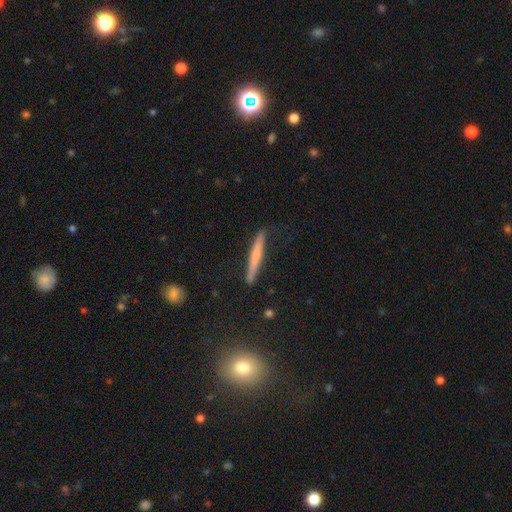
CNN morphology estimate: This appears to be a smooth galaxy with no disk features (51%) that is cigar-shaped (96%). Merging: none (86%).